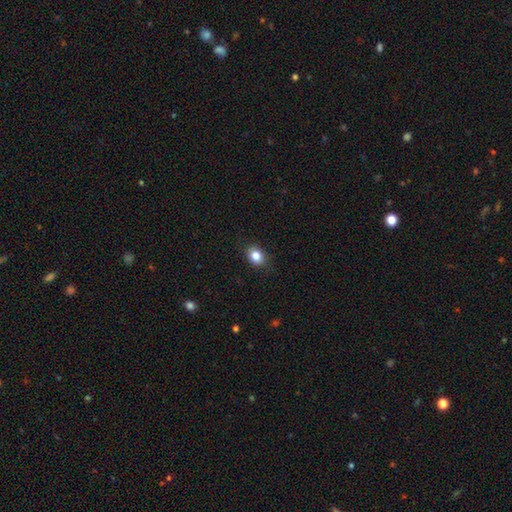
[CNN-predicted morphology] Q: Smooth or featured?
A: smooth (84%); runner-up: star or artifact (10%)
Q: How rounded?
A: in between (62%); runner-up: round (37%)
Q: Merging?
A: none (86%); runner-up: minor disturbance (11%)